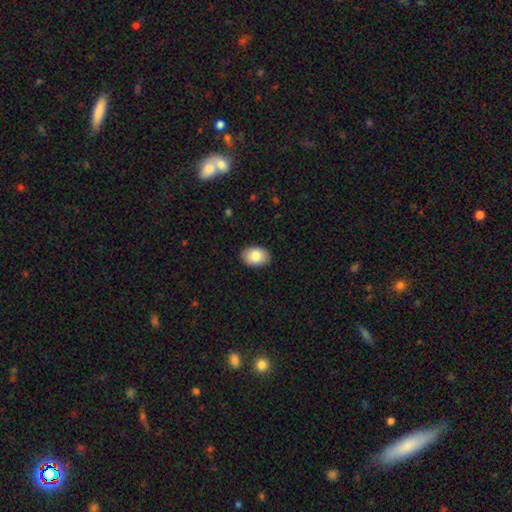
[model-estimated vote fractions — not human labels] A smooth galaxy with no disk features (86%) that is in between round and cigar-shaped (82%). Merging: none (89%).